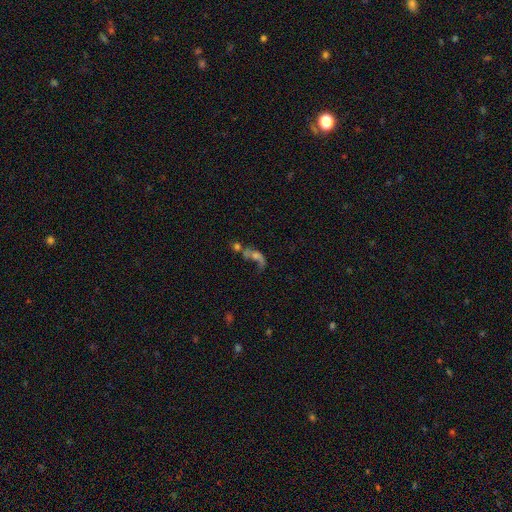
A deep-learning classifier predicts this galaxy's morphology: Smooth or featured: featured or disk — 46% (smooth — 33%)
Merging: merger — 45% (major disturbance — 25%)